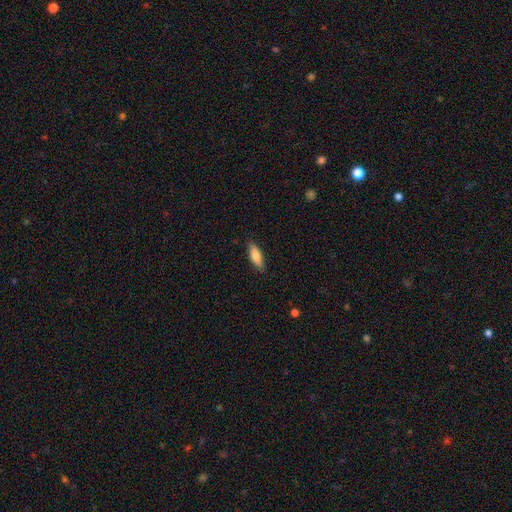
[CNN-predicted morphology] Smooth or featured?
  - smooth: 78% *
  - featured or disk: 16%
  - star or artifact: 6%
How rounded?
  - in between: 55% *
  - cigar-shaped: 43%
  - round: 2%
Merging?
  - none: 87% *
  - minor disturbance: 10%
  - major disturbance: 2%
  - merger: 1%